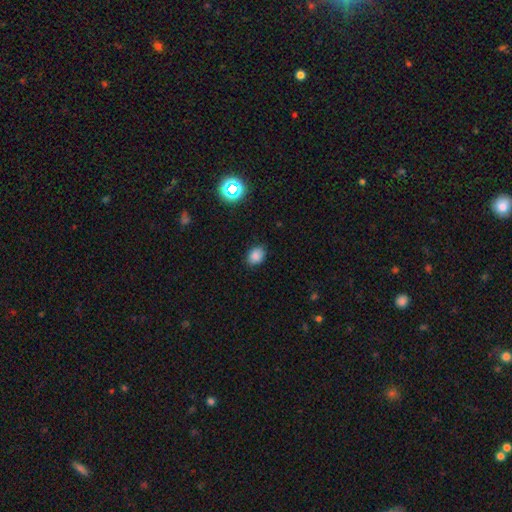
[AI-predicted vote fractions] Morphology: type=smooth (82%); roundness=in between (64%); merging=none (84%).